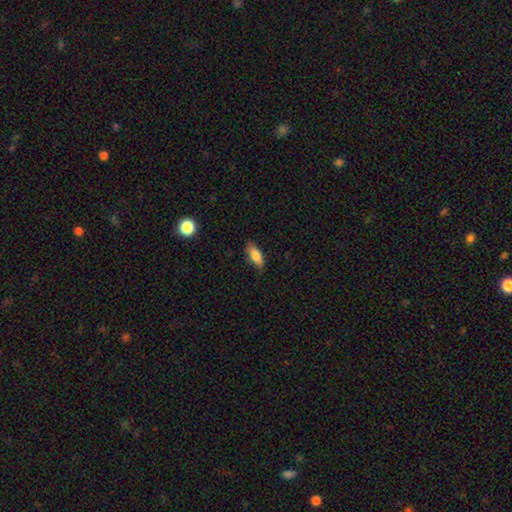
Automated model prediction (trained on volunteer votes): The model was most divided on "merging": none: 76%, minor disturbance: 19%, major disturbance: 3%, merger: 1%. More confident: smooth or featured — smooth (83%); how rounded — in between (82%).